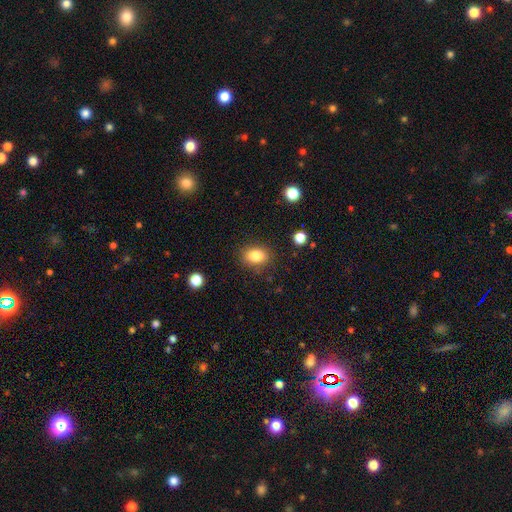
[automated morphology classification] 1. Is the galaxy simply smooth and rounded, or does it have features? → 84% smooth, 9% star or artifact, 7% featured or disk.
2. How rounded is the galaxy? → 71% in between, 27% round, 1% cigar-shaped.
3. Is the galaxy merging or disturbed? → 86% none, 10% minor disturbance, 3% major disturbance, 1% merger.